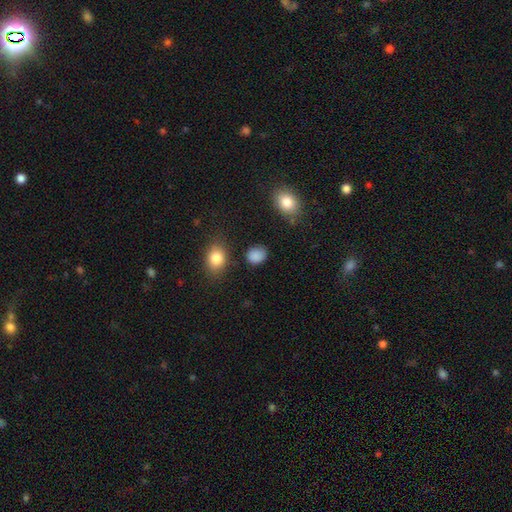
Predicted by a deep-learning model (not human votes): smooth_or_featured: smooth (p=0.87) [alt: star or artifact p=0.10]
how_rounded: round (p=0.58) [alt: in between p=0.40]
merging: none (p=0.79) [alt: minor disturbance p=0.14]